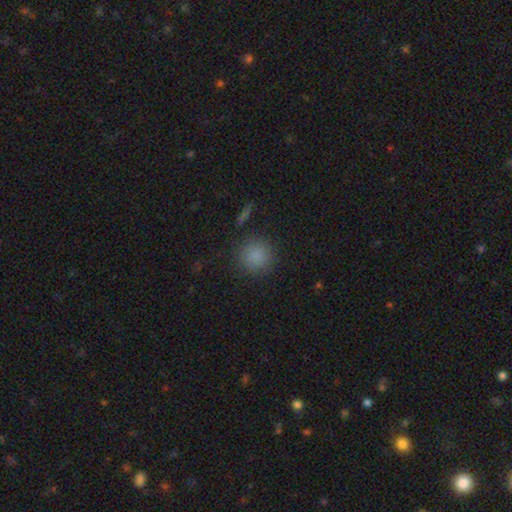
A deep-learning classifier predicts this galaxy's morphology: Q: Smooth or featured?
A: smooth (85%); runner-up: star or artifact (11%)
Q: How rounded?
A: round (93%); runner-up: in between (6%)
Q: Merging?
A: none (87%); runner-up: minor disturbance (8%)